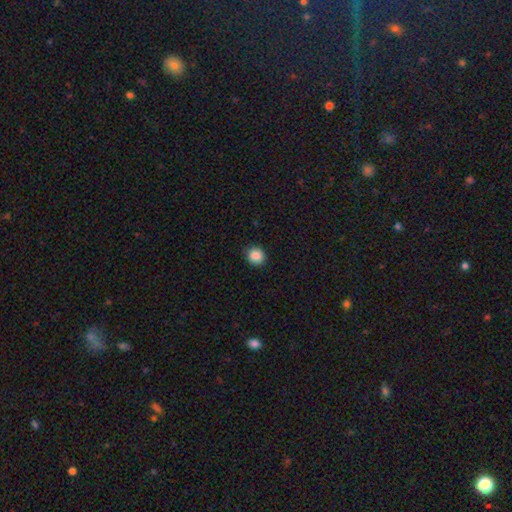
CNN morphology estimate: Q: Smooth or featured?
A: smooth (88%); runner-up: star or artifact (9%)
Q: How rounded?
A: round (87%); runner-up: in between (12%)
Q: Merging?
A: none (89%); runner-up: minor disturbance (8%)